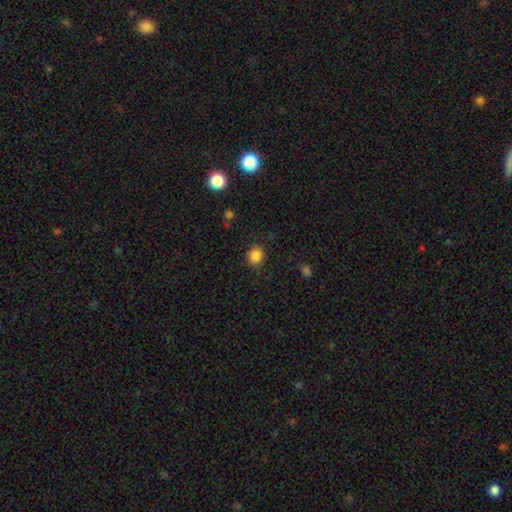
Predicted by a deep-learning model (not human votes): A smooth galaxy with no disk features (85%) that is round (82%). Merging: none (87%).